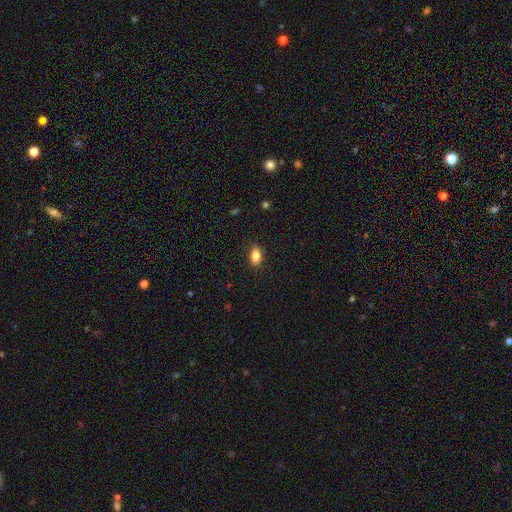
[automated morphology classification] This appears to be a smooth galaxy with no disk features (84%) that is in between round and cigar-shaped (86%). Merging: none (88%).